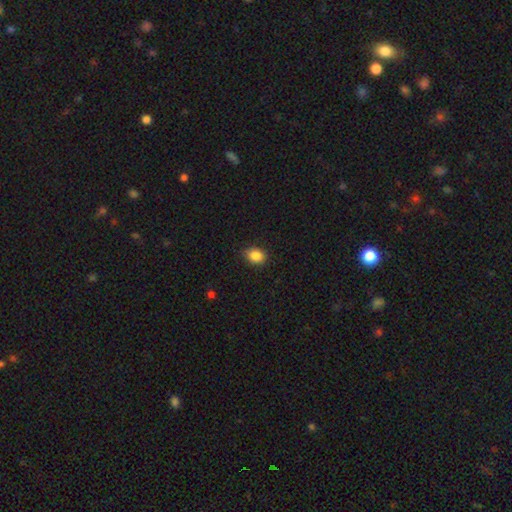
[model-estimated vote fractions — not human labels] A smooth galaxy with no disk features (86%) that is in between round and cigar-shaped (58%). Merging: none (84%).